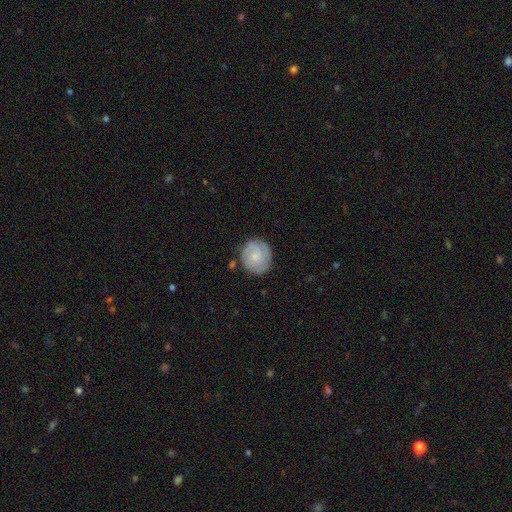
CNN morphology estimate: Overall: featured or disk (58%; smooth 36%). Edge-on disk: no (98%). Bar: no (74%). Spiral arms: yes (91%). Spiral arm count: 3 (30%; can't tell 28%). Spiral winding: tight (62%; medium 30%). Bulge size: small (59%; moderate 24%). Merging: none (77%).